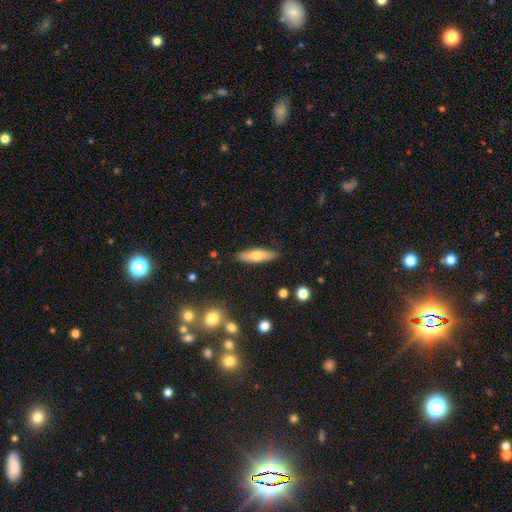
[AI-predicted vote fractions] smooth-or-featured: smooth: 62% | featured or disk: 32% | star or artifact: 6%
  how-rounded: cigar-shaped: 63% | in between: 35% | round: 2%
  merging: none: 88% | minor disturbance: 9% | major disturbance: 2% | merger: 2%